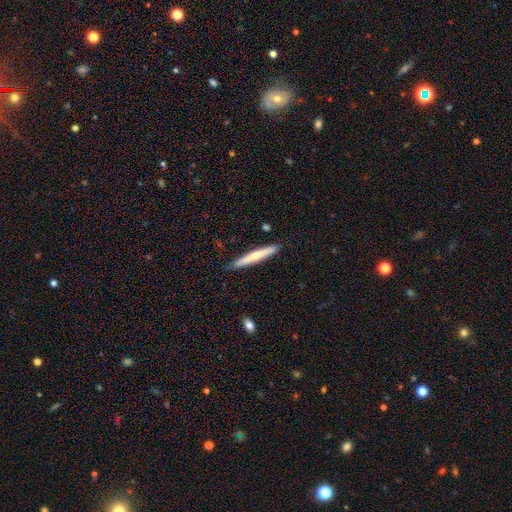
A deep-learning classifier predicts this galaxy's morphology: A smooth galaxy with no disk features (53%) that is cigar-shaped (95%).

Vote fractions:
- Smooth or featured? smooth: 53% / featured or disk: 42% / star or artifact: 5%
- How rounded? cigar-shaped: 95% / in between: 4% / round: 1%
- Merging? none: 87% / minor disturbance: 10% / major disturbance: 2% / merger: 1%